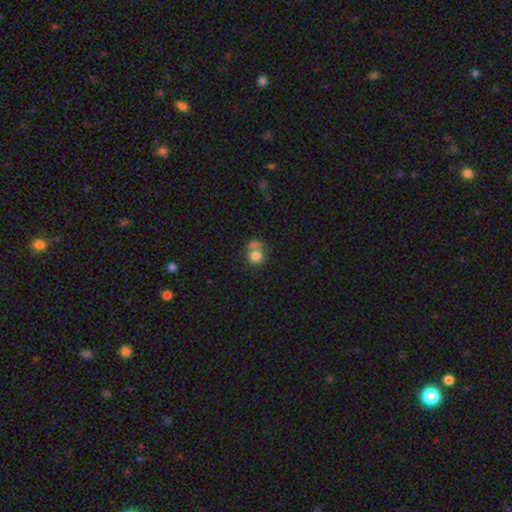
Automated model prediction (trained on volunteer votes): This appears to be a smooth galaxy with no disk features (78%) that is round (79%). Merging: merger (44%).